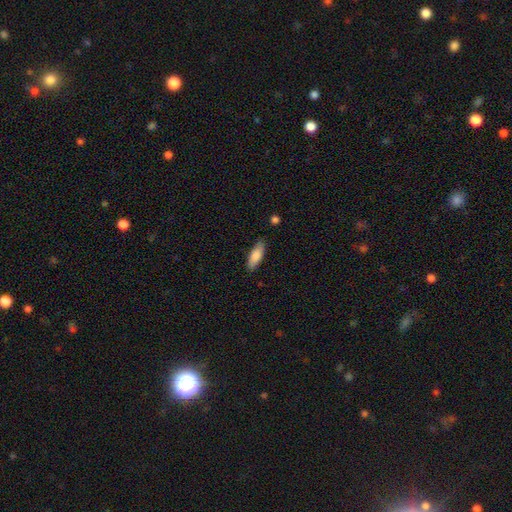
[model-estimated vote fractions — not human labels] This appears to be a smooth galaxy with no disk features (82%) that is in between round and cigar-shaped (66%). Merging: none (83%).